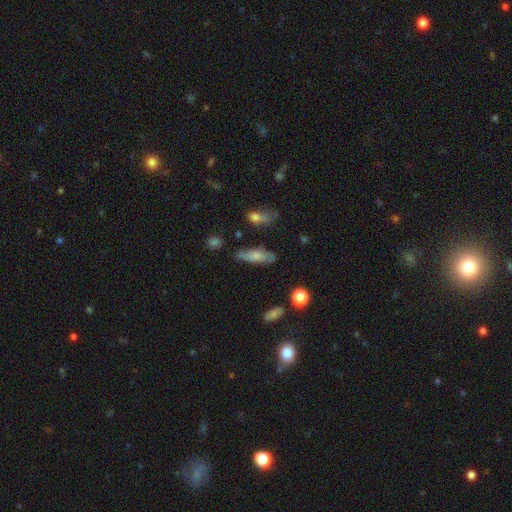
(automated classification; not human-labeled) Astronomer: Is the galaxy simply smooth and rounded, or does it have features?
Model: smooth — 64%.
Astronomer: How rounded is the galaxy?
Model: in between — 53% (runner-up: cigar-shaped, 44%).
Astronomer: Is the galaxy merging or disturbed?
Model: none — 68%.